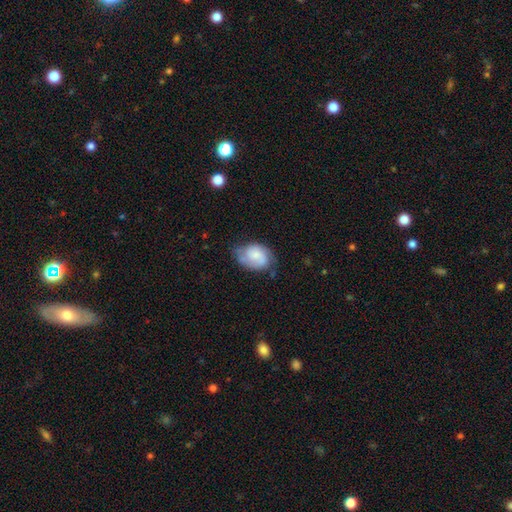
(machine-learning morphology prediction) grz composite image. It shows a smooth galaxy with no disk features (51%) that is in between round and cigar-shaped (73%). Merging: none (52%).